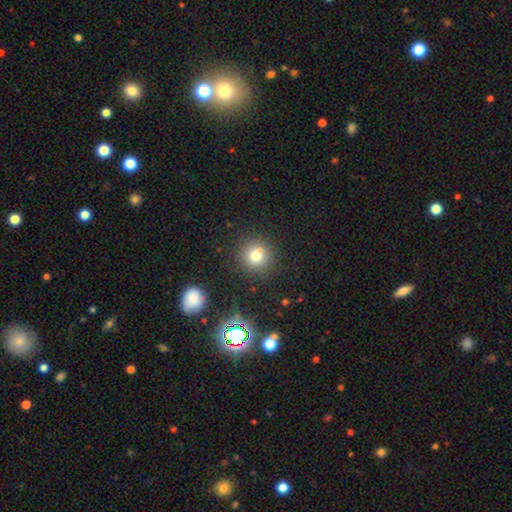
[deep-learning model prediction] This is likely a smooth galaxy (71%). How rounded: clearly round (92%). Merging: likely none (76%).